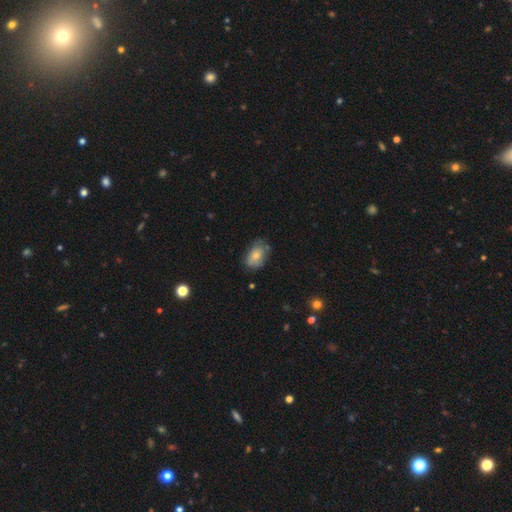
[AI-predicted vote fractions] smooth 70%, featured or disk 22%, star or artifact 8%. Down the decision tree: how rounded — in between (85%); merging — none (59%).